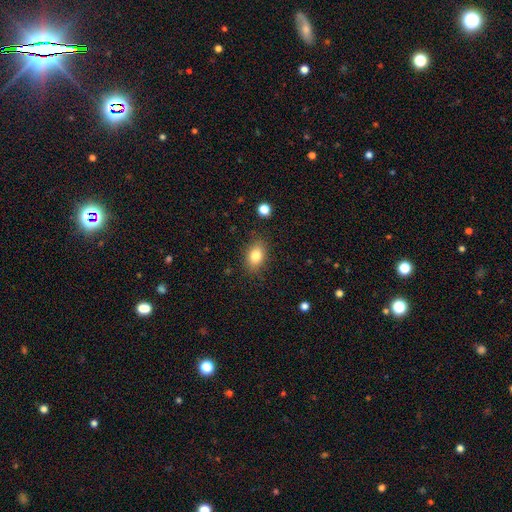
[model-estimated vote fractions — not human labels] Morphology: type=smooth (81%); roundness=in between (77%); merging=none (83%).